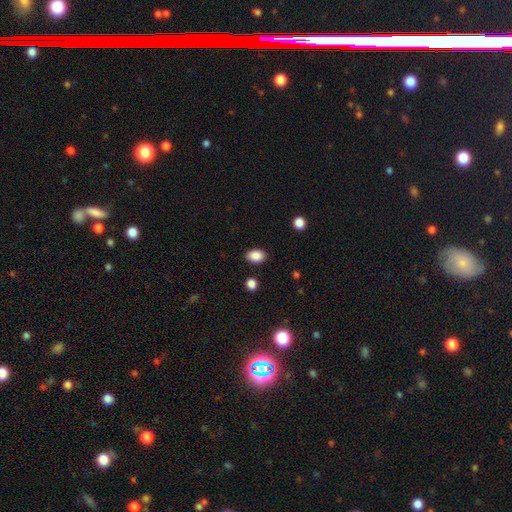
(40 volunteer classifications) Overall: smooth (92%). How rounded: in between (81%). Merging: none (76%).